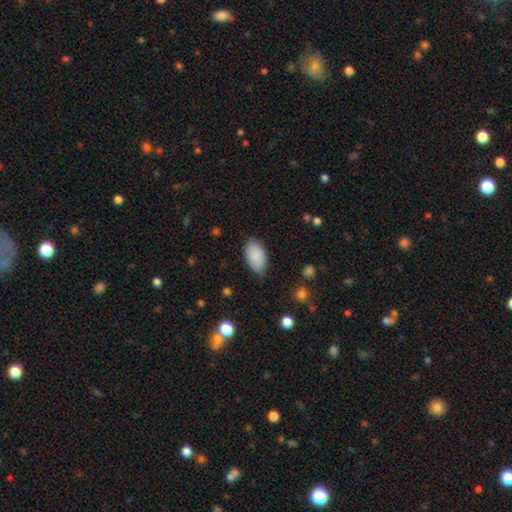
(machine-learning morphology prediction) Smooth or featured?
  - smooth: 90% *
  - star or artifact: 6%
  - featured or disk: 4%
How rounded?
  - in between: 95% *
  - round: 3%
  - cigar-shaped: 2%
Merging?
  - none: 83% *
  - minor disturbance: 13%
  - major disturbance: 3%
  - merger: 1%